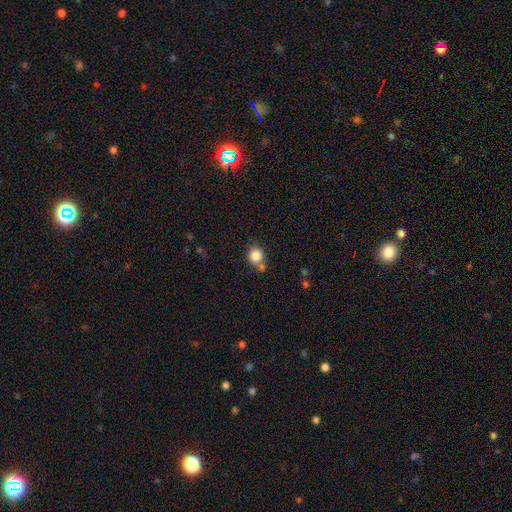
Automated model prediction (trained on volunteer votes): Overall: smooth (85%). How rounded: round (86%). Merging: none (57%; merger 26%).